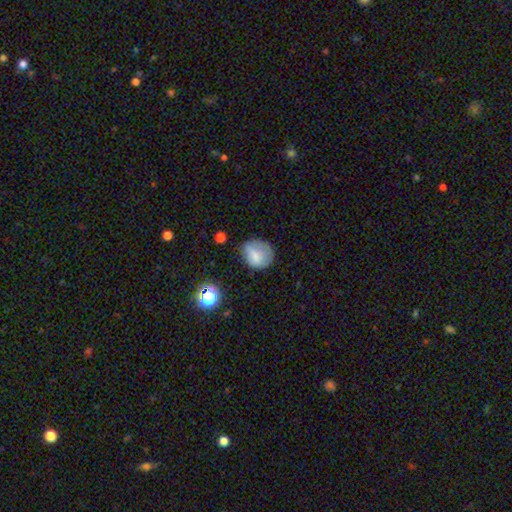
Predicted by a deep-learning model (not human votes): A smooth galaxy with no disk features (72%) that is round (62%).

Vote fractions:
- Smooth or featured? smooth: 72% / featured or disk: 16% / star or artifact: 11%
- How rounded? round: 62% / in between: 37% / cigar-shaped: 1%
- Merging? none: 56% / minor disturbance: 29% / major disturbance: 13% / merger: 2%